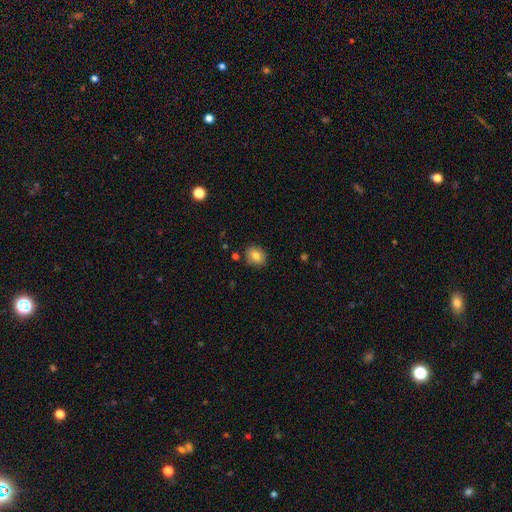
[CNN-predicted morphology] The model was most divided on "how rounded": round: 52%, in between: 47%, cigar-shaped: 1%. More confident: merging — none (86%); smooth or featured — smooth (80%).